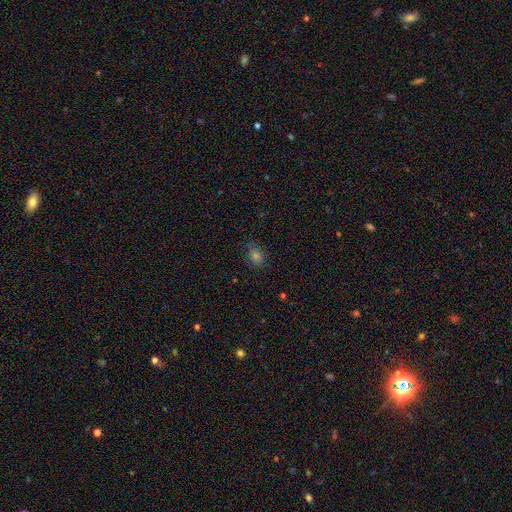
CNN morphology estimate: Smooth or featured?
  - smooth: 73% *
  - star or artifact: 20%
  - featured or disk: 7%
How rounded?
  - in between: 66% *
  - round: 33%
  - cigar-shaped: 2%
Merging?
  - none: 80% *
  - minor disturbance: 15%
  - major disturbance: 4%
  - merger: 1%